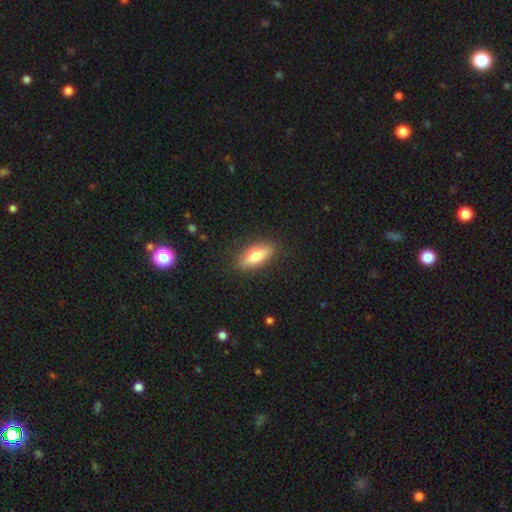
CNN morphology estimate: type=smooth (74%); roundness=in between (72%); merging=none (86%).